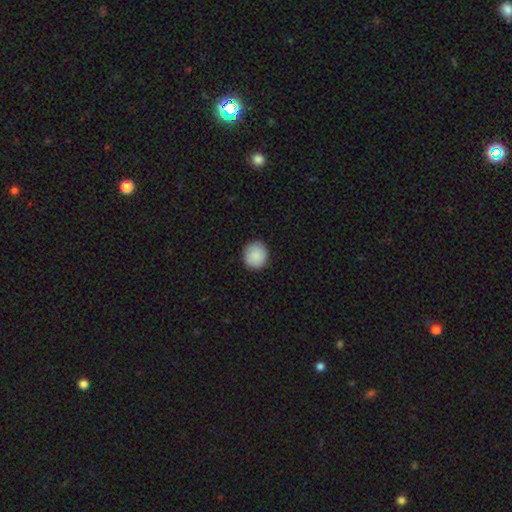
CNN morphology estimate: This is clearly a smooth galaxy (90%). How rounded: clearly round (91%). Merging: clearly none (91%).